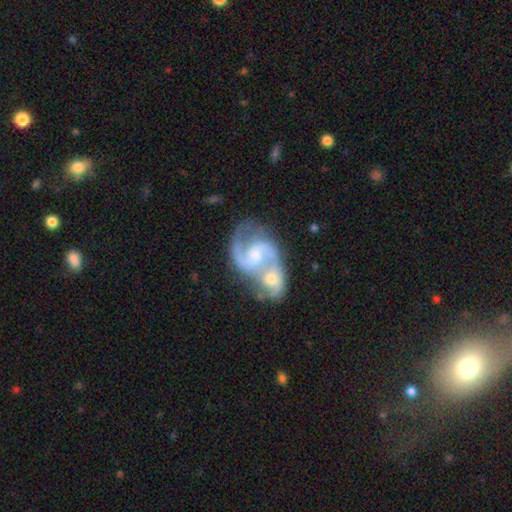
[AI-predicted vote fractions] This is clearly a featured or disk galaxy (88%). It is clearly not viewed edge-on (98%). Bar: marginally weak (45%). Spiral arm pattern: clearly yes (96%). Spiral arm count: clearly 2 (89%). Spiral winding: possibly medium (58%). Central bulge: marginally small (44%). Merging: likely merger (66%).